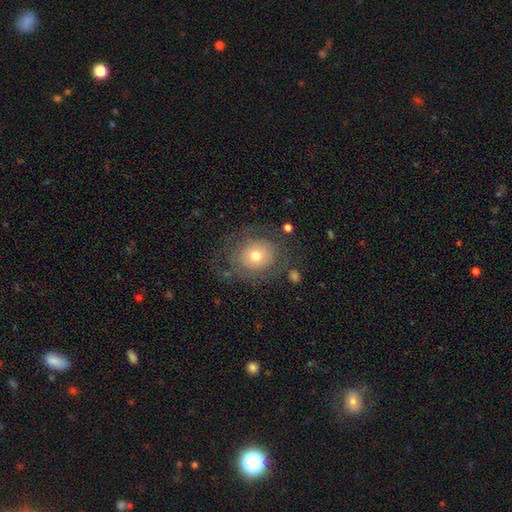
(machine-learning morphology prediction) Smooth or featured? Predicted: smooth (p=0.49). Merging? Predicted: none (p=0.67).